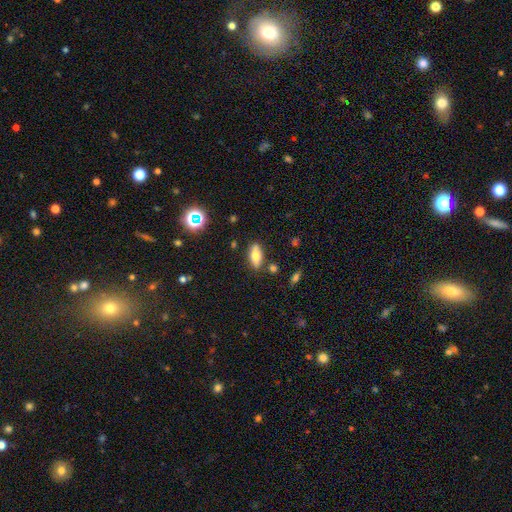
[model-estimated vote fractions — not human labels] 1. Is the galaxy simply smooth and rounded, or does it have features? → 67% smooth, 24% featured or disk, 9% star or artifact.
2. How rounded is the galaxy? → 76% in between, 20% cigar-shaped, 4% round.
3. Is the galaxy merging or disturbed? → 83% none, 11% minor disturbance, 4% merger, 3% major disturbance.